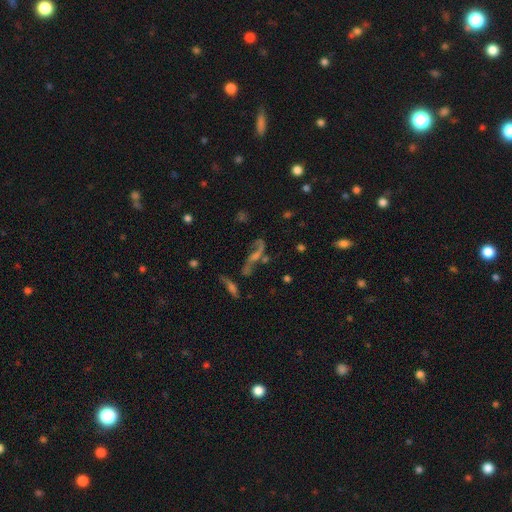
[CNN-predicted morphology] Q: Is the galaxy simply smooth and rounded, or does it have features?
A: featured or disk — 65%.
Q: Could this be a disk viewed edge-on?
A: no — 82%.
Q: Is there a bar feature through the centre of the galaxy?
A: no — 51%.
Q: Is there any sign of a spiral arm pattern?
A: yes — 80%.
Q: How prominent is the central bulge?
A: small — 40%.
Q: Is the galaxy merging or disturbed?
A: none — 48%.